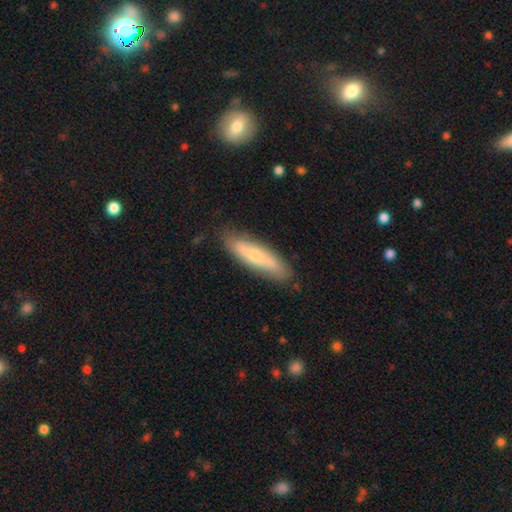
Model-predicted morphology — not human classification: Smooth or featured? smooth (55%)
How rounded? cigar-shaped (69%)
Merging? none (83%)